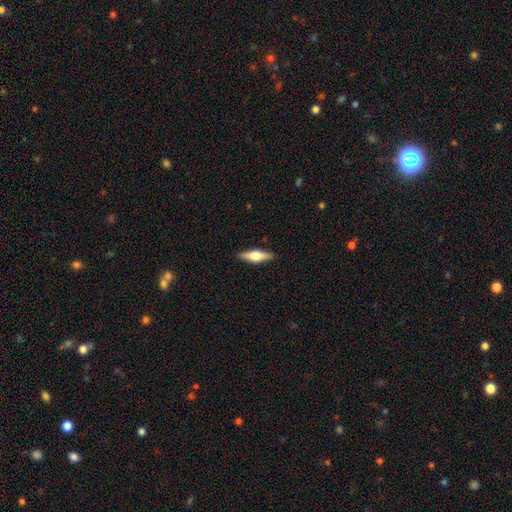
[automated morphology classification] Smooth or featured: featured or disk — 47% (tied with smooth — 47%)
Merging: none — 89% (minor disturbance — 8%)